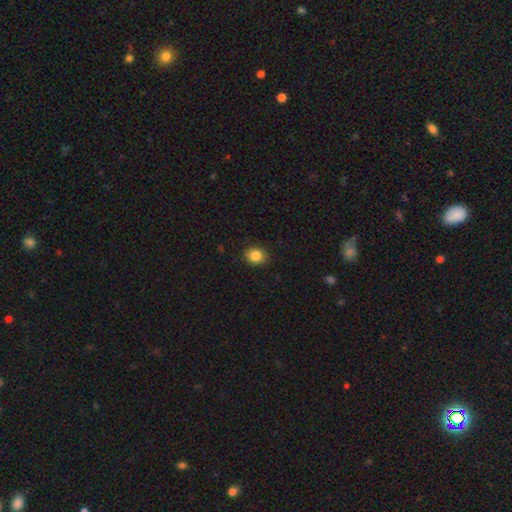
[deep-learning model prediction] Overall: smooth (85%). How rounded: round (63%; in between 36%). Merging: none (87%).